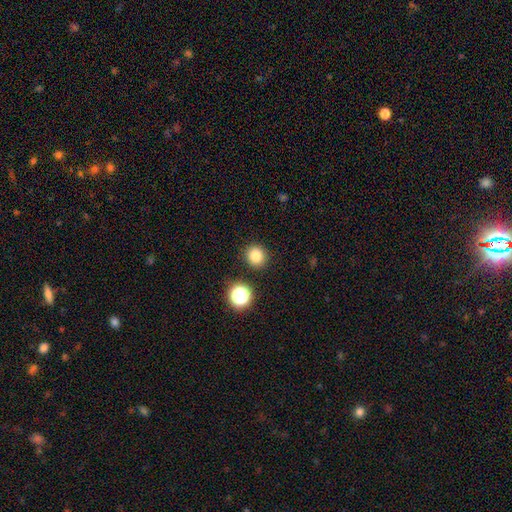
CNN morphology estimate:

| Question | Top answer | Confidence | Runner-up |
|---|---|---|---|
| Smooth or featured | smooth | 81% | star or artifact (14%) |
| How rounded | round | 92% | in between (7%) |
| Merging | none | 90% | minor disturbance (6%) |